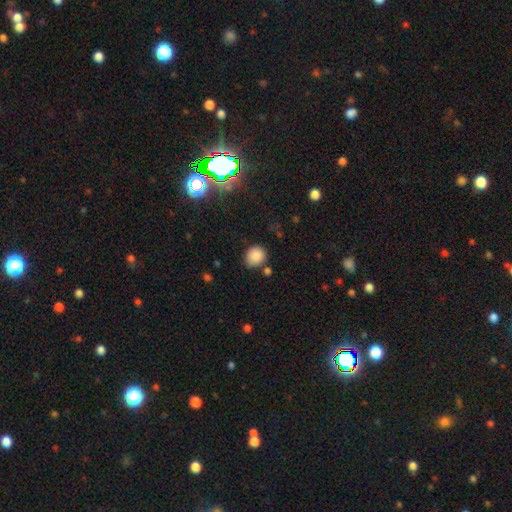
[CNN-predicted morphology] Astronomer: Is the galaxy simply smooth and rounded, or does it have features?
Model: smooth — 86%.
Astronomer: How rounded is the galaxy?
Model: round — 75%.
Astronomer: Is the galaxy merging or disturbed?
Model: none — 77%.